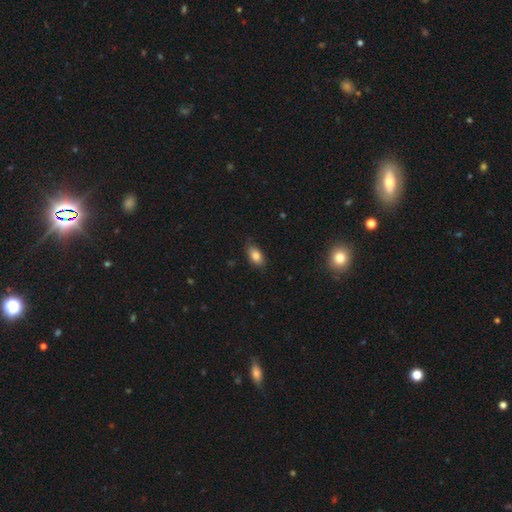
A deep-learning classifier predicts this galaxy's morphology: Smooth or featured? smooth (84%)
How rounded? in between (89%)
Merging? none (79%)